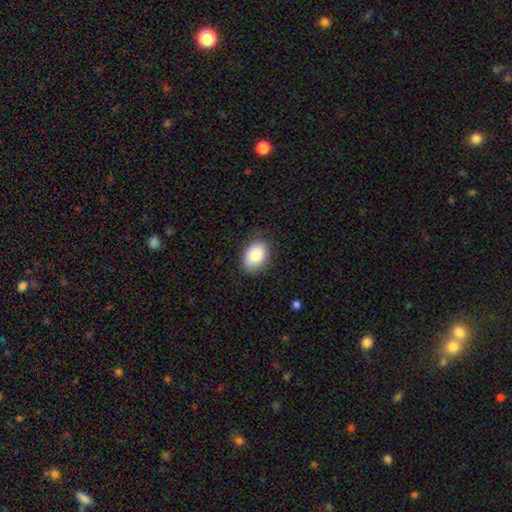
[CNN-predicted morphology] smooth 84%, featured or disk 9%, star or artifact 7%. Down the decision tree: how rounded — in between (83%); merging — none (79%).